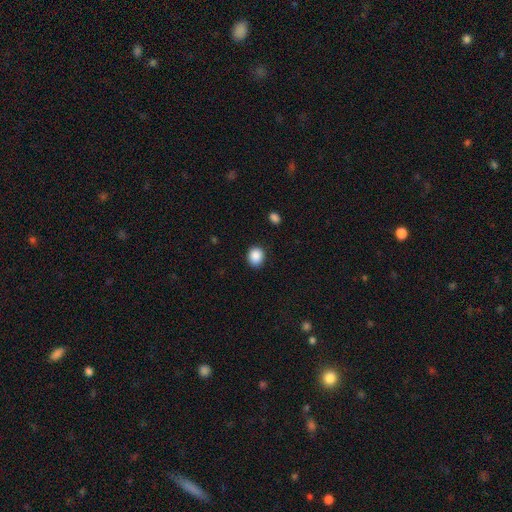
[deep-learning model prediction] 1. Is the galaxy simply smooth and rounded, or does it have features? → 88% smooth, 9% star or artifact, 3% featured or disk.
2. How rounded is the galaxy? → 70% round, 29% in between, 1% cigar-shaped.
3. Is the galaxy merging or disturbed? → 88% none, 9% minor disturbance, 2% major disturbance, 1% merger.